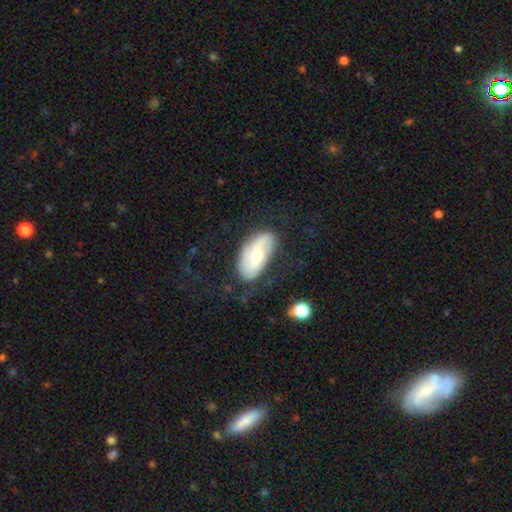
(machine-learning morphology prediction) This appears to be a featured or disk galaxy (51%). Merging: none (67%).